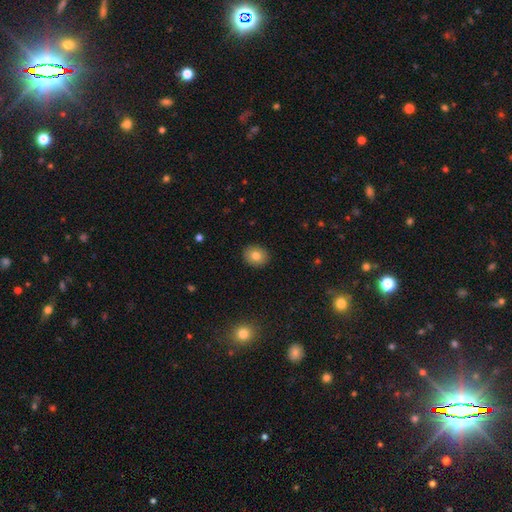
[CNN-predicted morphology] A smooth galaxy with no disk features (79%) that is round (61%).

Vote fractions:
- Smooth or featured? smooth: 79% / featured or disk: 11% / star or artifact: 10%
- How rounded? round: 61% / in between: 39% / cigar-shaped: 1%
- Merging? none: 90% / minor disturbance: 7% / major disturbance: 2% / merger: 1%